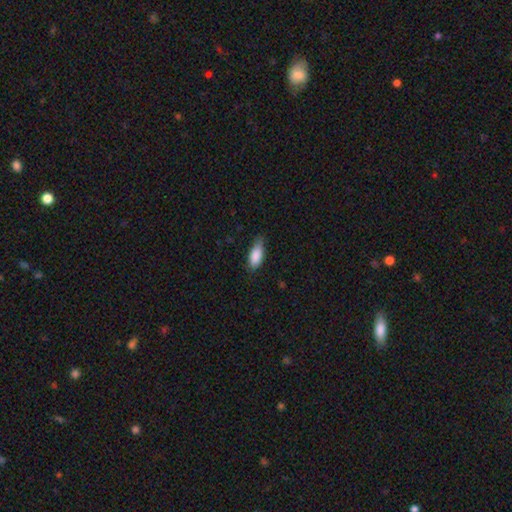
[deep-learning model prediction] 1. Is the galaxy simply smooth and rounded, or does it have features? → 86% smooth, 7% featured or disk, 6% star or artifact.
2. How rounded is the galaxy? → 82% in between, 16% cigar-shaped, 2% round.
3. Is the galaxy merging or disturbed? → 64% none, 30% minor disturbance, 5% major disturbance, 1% merger.